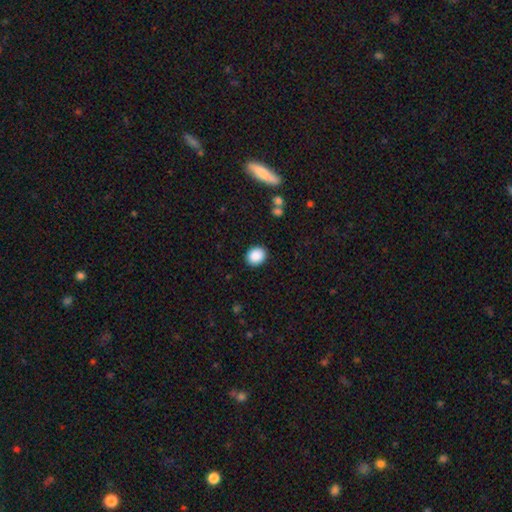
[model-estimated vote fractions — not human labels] smooth-or-featured: smooth: 89% | star or artifact: 8% | featured or disk: 3%
  how-rounded: round: 58% | in between: 41% | cigar-shaped: 1%
  merging: none: 90% | minor disturbance: 7% | major disturbance: 2% | merger: 1%